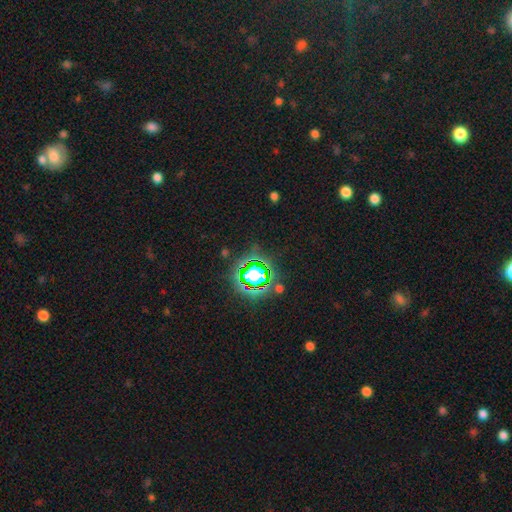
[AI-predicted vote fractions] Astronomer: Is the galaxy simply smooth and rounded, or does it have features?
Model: star or artifact — 79%.